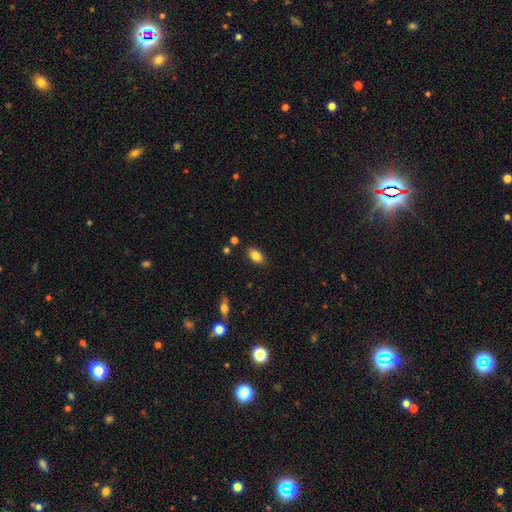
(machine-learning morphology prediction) Smooth or featured? smooth (83%)
How rounded? in between (90%)
Merging? none (86%)